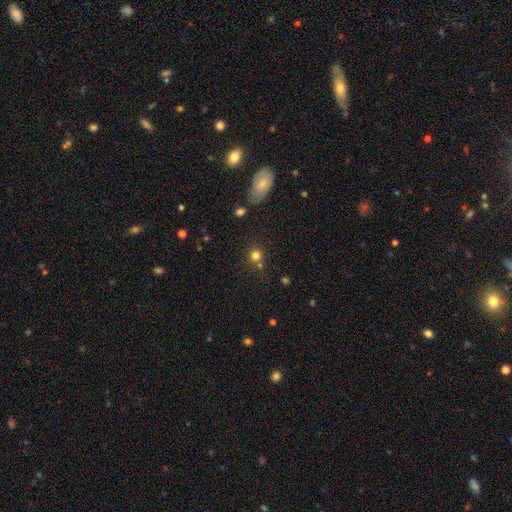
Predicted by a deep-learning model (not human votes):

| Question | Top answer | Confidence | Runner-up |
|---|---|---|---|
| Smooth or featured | smooth | 76% | star or artifact (16%) |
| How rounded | round | 90% | in between (9%) |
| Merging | none | 67% | merger (19%) |